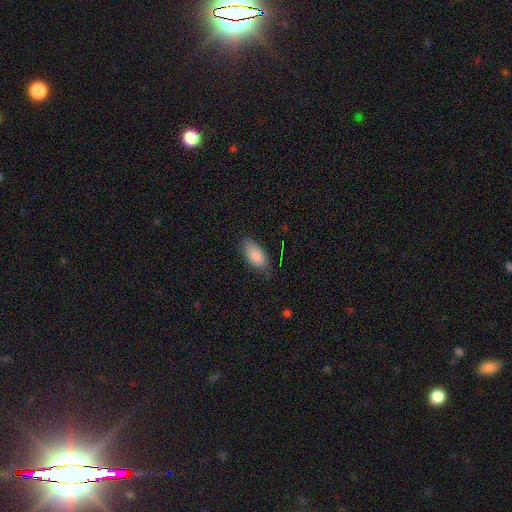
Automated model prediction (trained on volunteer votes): A smooth galaxy with no disk features (86%) that is in between round and cigar-shaped (91%).

Vote fractions:
- Smooth or featured? smooth: 86% / featured or disk: 7% / star or artifact: 7%
- How rounded? in between: 91% / cigar-shaped: 6% / round: 2%
- Merging? none: 77% / minor disturbance: 18% / major disturbance: 4% / merger: 1%